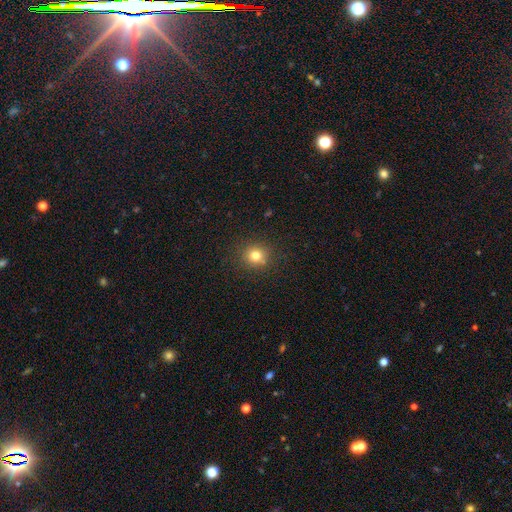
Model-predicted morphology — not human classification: A smooth galaxy with no disk features (78%) that is round (90%). Merging: none (86%).